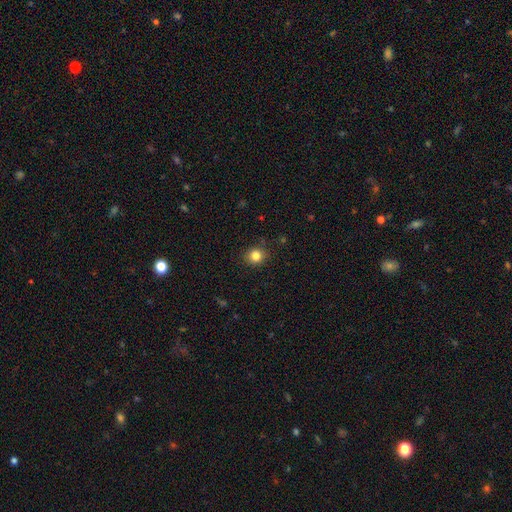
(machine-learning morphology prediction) smooth-or-featured: smooth: 83% | star or artifact: 12% | featured or disk: 6%
  how-rounded: round: 83% | in between: 16% | cigar-shaped: 1%
  merging: none: 89% | minor disturbance: 8% | major disturbance: 2% | merger: 1%